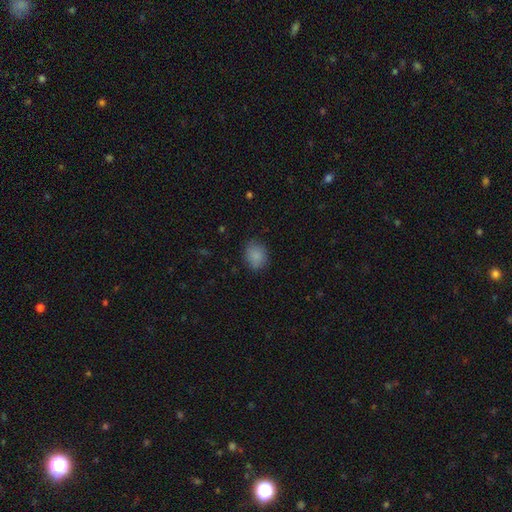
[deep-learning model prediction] smooth 86%, star or artifact 9%, featured or disk 5%. Down the decision tree: how rounded — round (53%); merging — none (80%).